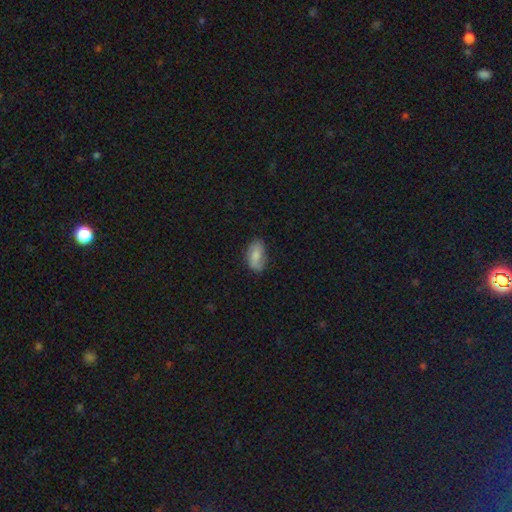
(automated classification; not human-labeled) Q: Smooth or featured?
A: smooth (71%); runner-up: featured or disk (21%)
Q: How rounded?
A: in between (91%); runner-up: round (6%)
Q: Merging?
A: none (67%); runner-up: minor disturbance (25%)